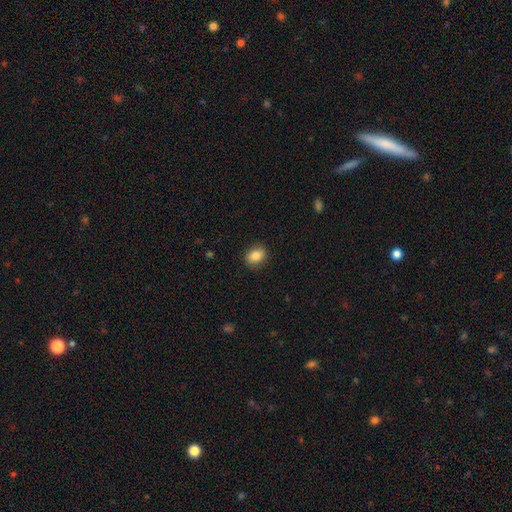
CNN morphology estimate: smooth-or-featured: smooth: 85% | star or artifact: 8% | featured or disk: 6%
  how-rounded: in between: 61% | round: 38% | cigar-shaped: 1%
  merging: none: 88% | minor disturbance: 8% | major disturbance: 2% | merger: 1%